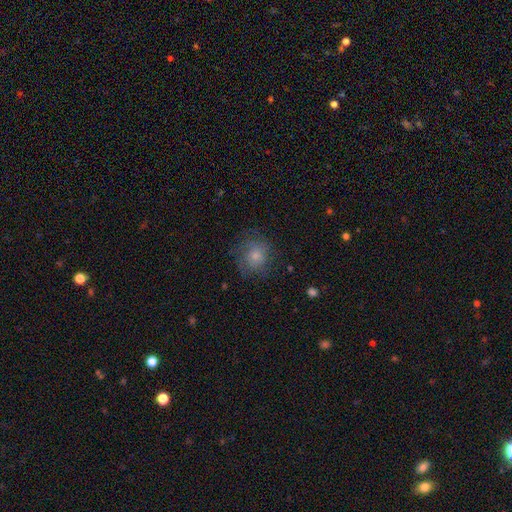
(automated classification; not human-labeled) Q: Smooth or featured?
A: smooth (69%); runner-up: featured or disk (21%)
Q: How rounded?
A: round (83%); runner-up: in between (16%)
Q: Merging?
A: none (68%); runner-up: minor disturbance (19%)